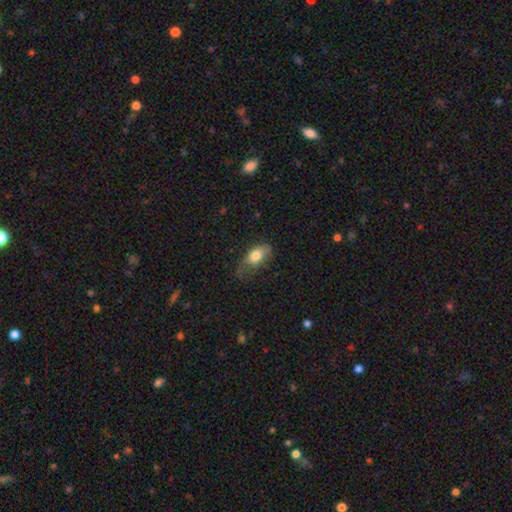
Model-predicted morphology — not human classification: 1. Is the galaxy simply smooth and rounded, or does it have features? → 75% smooth, 18% featured or disk, 7% star or artifact.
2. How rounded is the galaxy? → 88% in between, 7% round, 5% cigar-shaped.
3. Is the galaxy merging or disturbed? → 37% none, 36% minor disturbance, 25% major disturbance, 2% merger.